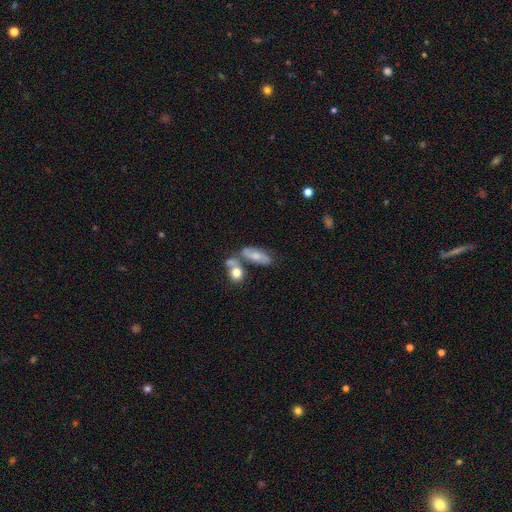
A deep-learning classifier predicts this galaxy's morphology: Smooth or featured?
  - smooth: 55% *
  - featured or disk: 37%
  - star or artifact: 8%
How rounded?
  - in between: 73% *
  - cigar-shaped: 20%
  - round: 7%
Merging?
  - none: 48% *
  - merger: 28%
  - minor disturbance: 17%
  - major disturbance: 7%